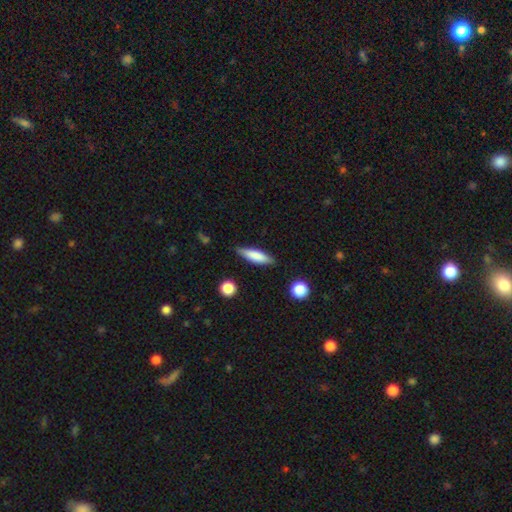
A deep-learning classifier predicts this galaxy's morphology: This is likely a smooth galaxy (75%). How rounded: likely cigar-shaped (64%). Merging: clearly none (81%).